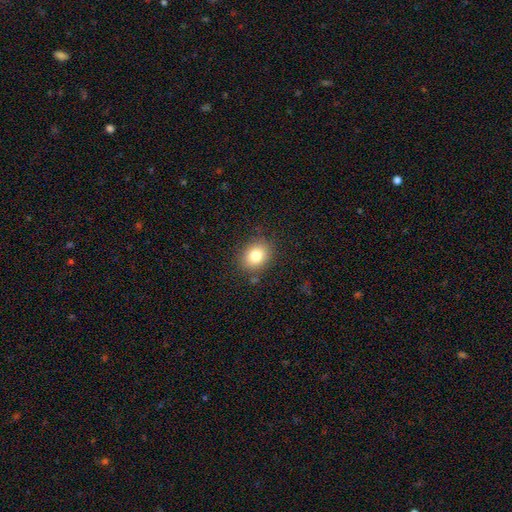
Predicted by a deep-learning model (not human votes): A smooth galaxy with no disk features (80%) that is round (53%).

Vote fractions:
- Smooth or featured? smooth: 80% / star or artifact: 10% / featured or disk: 9%
- How rounded? round: 53% / in between: 46% / cigar-shaped: 1%
- Merging? none: 84% / minor disturbance: 11% / major disturbance: 3% / merger: 2%